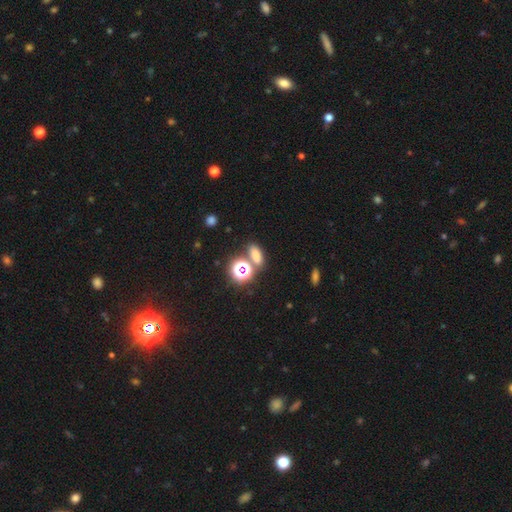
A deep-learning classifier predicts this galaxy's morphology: smooth_or_featured: smooth (p=0.66) [alt: star or artifact p=0.26]
how_rounded: in between (p=0.63) [alt: round p=0.25]
merging: none (p=0.68) [alt: merger p=0.17]